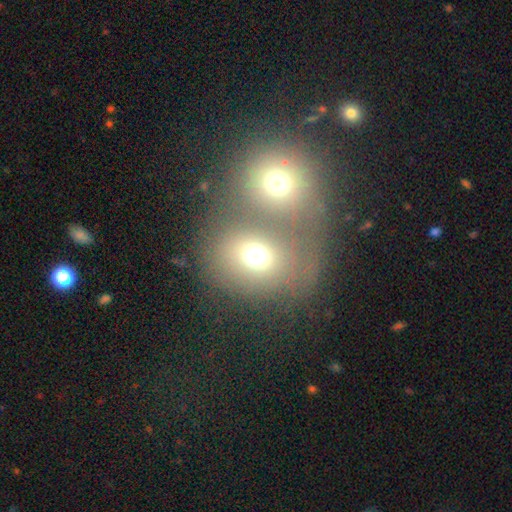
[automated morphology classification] Overall: smooth (68%). How rounded: round (58%; in between 41%). Merging: merger (47%; none 37%).